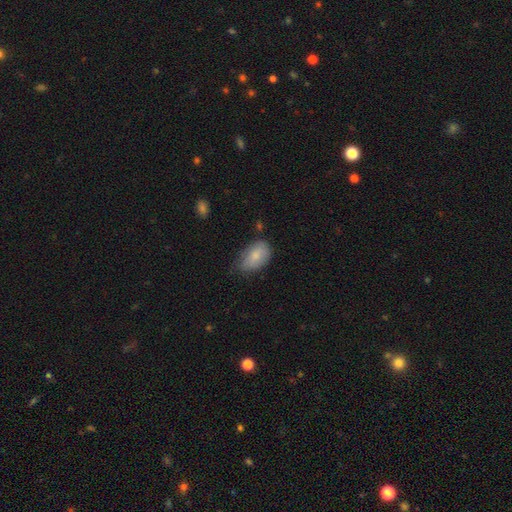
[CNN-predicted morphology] This appears to be a smooth galaxy with no disk features (80%) that is in between round and cigar-shaped (91%). Merging: none (53%).